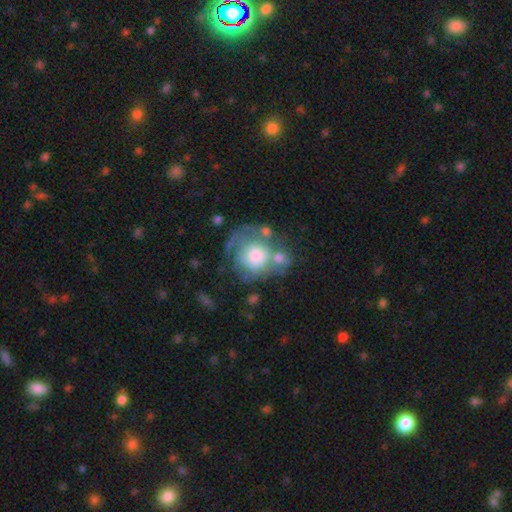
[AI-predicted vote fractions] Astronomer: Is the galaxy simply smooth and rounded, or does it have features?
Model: smooth — 49% (runner-up: featured or disk, 43%).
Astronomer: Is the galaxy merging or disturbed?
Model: none — 36% (runner-up: merger, 22%).